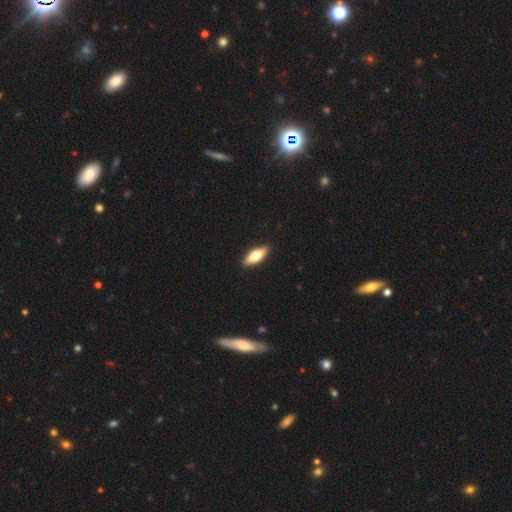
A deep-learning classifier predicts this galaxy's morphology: This appears to be a smooth galaxy with no disk features (57%) that is in between round and cigar-shaped (56%). Merging: none (91%).